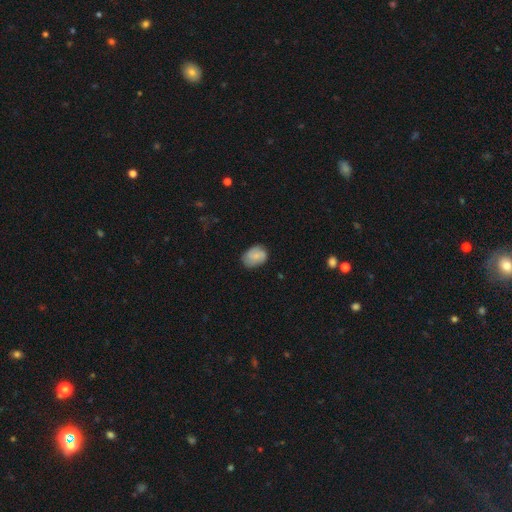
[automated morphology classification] smooth-or-featured: smooth: 72% | featured or disk: 20% | star or artifact: 8%
  how-rounded: in between: 67% | round: 32% | cigar-shaped: 1%
  merging: none: 67% | minor disturbance: 26% | major disturbance: 5% | merger: 1%